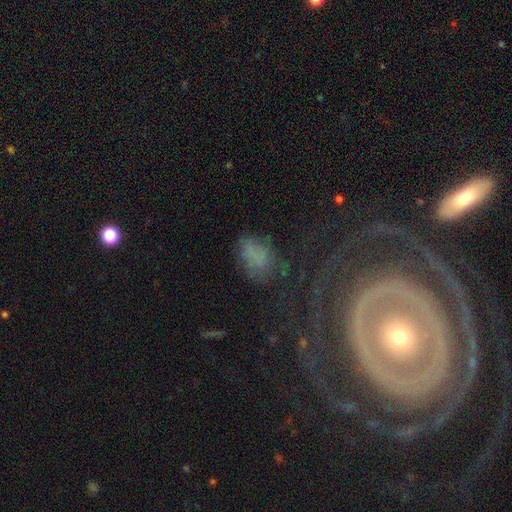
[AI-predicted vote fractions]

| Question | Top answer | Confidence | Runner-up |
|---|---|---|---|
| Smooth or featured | smooth | 62% | star or artifact (20%) |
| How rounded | in between | 85% | round (12%) |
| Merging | none | 56% | minor disturbance (24%) |